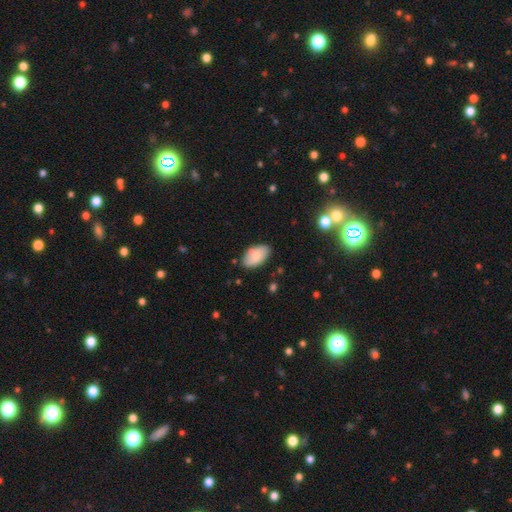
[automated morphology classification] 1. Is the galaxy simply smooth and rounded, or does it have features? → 69% smooth, 24% featured or disk, 7% star or artifact.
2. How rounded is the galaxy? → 94% in between, 4% round, 2% cigar-shaped.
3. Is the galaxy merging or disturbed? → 77% none, 17% minor disturbance, 3% major disturbance, 3% merger.